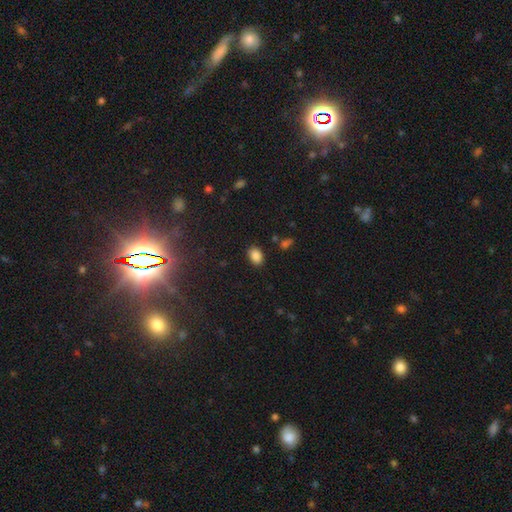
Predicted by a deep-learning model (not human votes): Smooth or featured? smooth (86%)
How rounded? in between (76%)
Merging? none (85%)